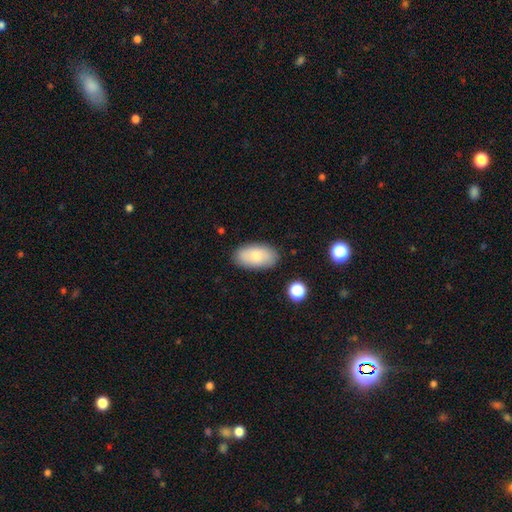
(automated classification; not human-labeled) The model was most divided on "smooth or featured": smooth: 78%, featured or disk: 15%, star or artifact: 7%. More confident: how rounded — in between (94%); merging — none (84%).